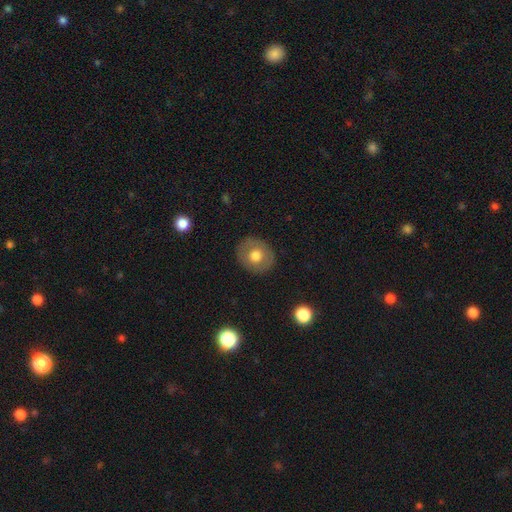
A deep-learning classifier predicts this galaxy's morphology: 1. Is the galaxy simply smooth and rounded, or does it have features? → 65% smooth, 28% featured or disk, 7% star or artifact.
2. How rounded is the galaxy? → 74% round, 25% in between, 1% cigar-shaped.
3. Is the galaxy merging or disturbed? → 87% none, 9% minor disturbance, 3% major disturbance, 1% merger.